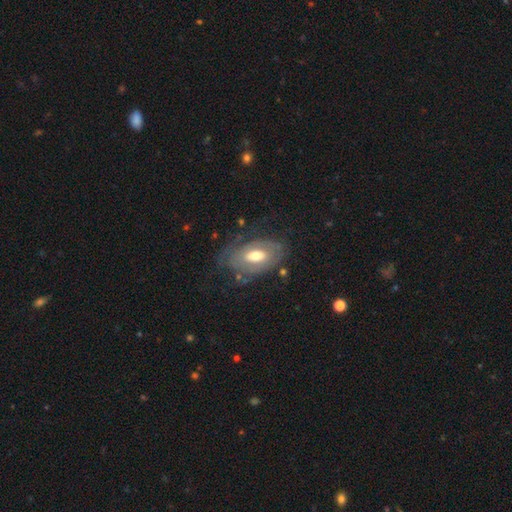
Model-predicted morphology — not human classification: This appears to be a featured or disk galaxy (63%) with no bar (59%), spiral arms (56%) and a moderate central bulge (68%). Merging: none (63%).